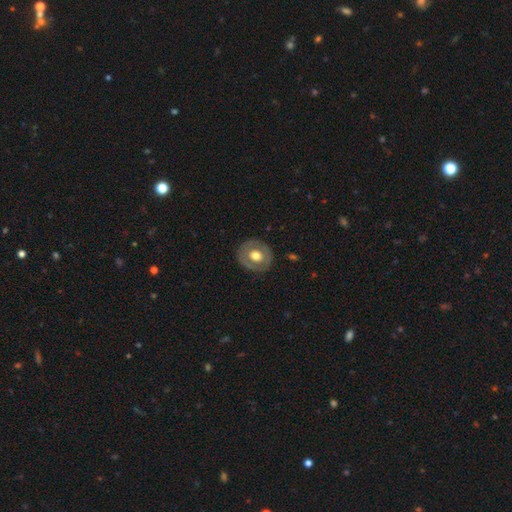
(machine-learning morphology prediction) A smooth galaxy with no disk features (51%) that is round (78%).

Vote fractions:
- Smooth or featured? smooth: 51% / featured or disk: 43% / star or artifact: 6%
- How rounded? round: 78% / in between: 21% / cigar-shaped: 1%
- Merging? none: 85% / minor disturbance: 11% / major disturbance: 4% / merger: 1%